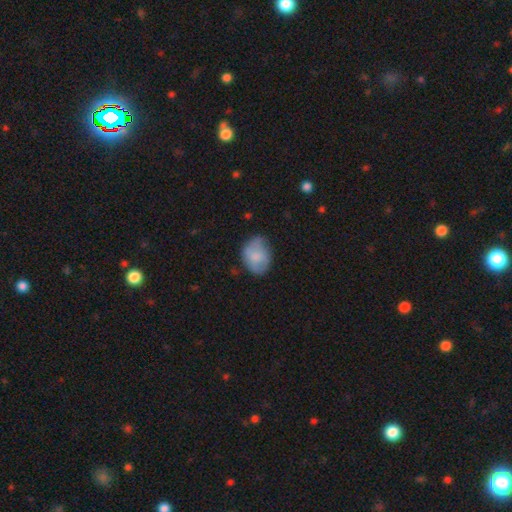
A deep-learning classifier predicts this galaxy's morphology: A smooth galaxy with no disk features (73%) that is in between round and cigar-shaped (66%). Merging: none (55%).